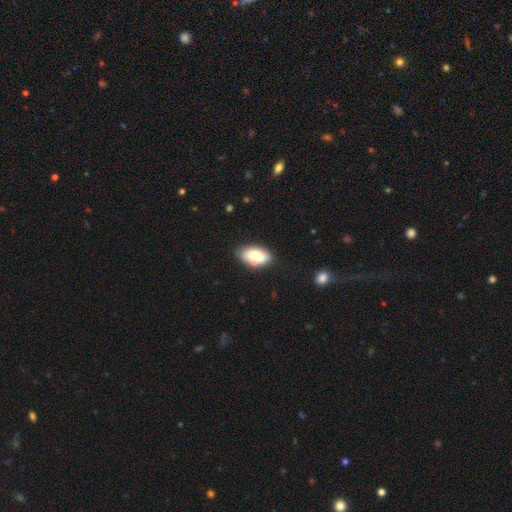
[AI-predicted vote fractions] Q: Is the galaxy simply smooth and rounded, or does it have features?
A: smooth — 77%.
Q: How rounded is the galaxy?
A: in between — 92%.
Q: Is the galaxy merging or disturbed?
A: none — 69%.